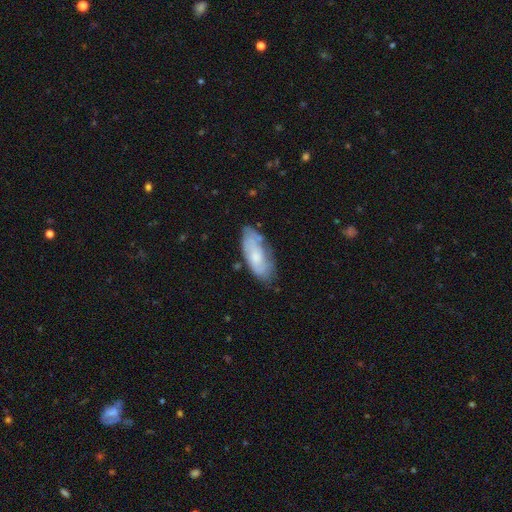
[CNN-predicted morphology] The model was most divided on "smooth or featured": smooth: 60%, featured or disk: 33%, star or artifact: 7%. More confident: how rounded — in between (83%); merging — none (60%).